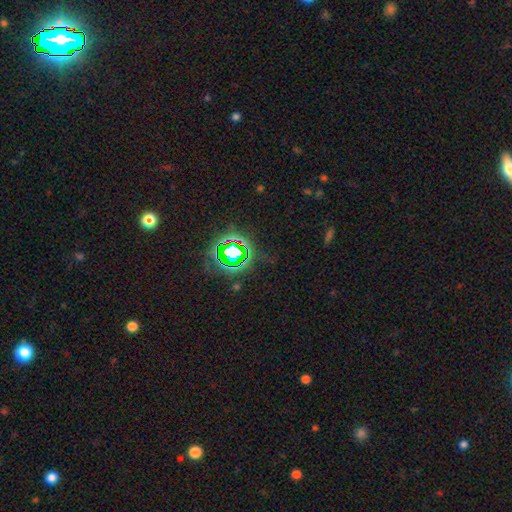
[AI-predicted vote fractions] smooth_or_featured: star or artifact (p=0.80) [alt: smooth p=0.12]